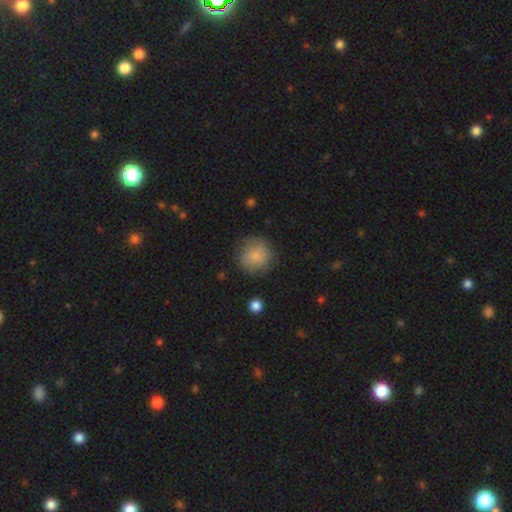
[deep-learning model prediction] The model was most divided on "merging": none: 75%, minor disturbance: 17%, major disturbance: 6%, merger: 2%. More confident: how rounded — round (90%); smooth or featured — smooth (77%).